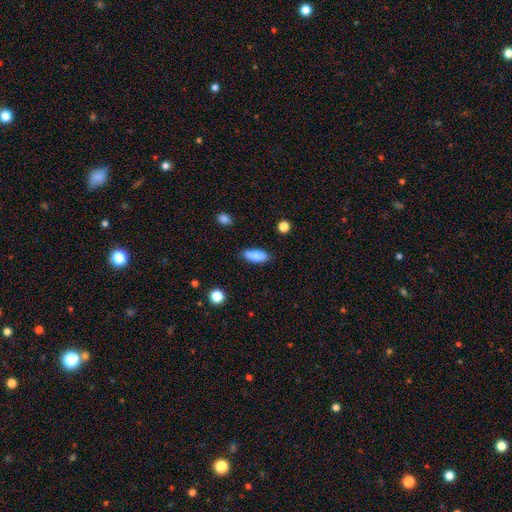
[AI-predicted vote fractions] Morphology: type=smooth (80%); roundness=in between (79%); merging=none (79%).